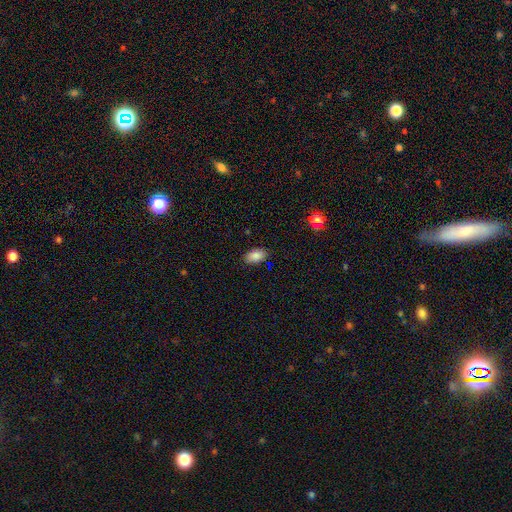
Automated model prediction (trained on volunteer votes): Smooth or featured? smooth (86%)
How rounded? in between (91%)
Merging? none (86%)